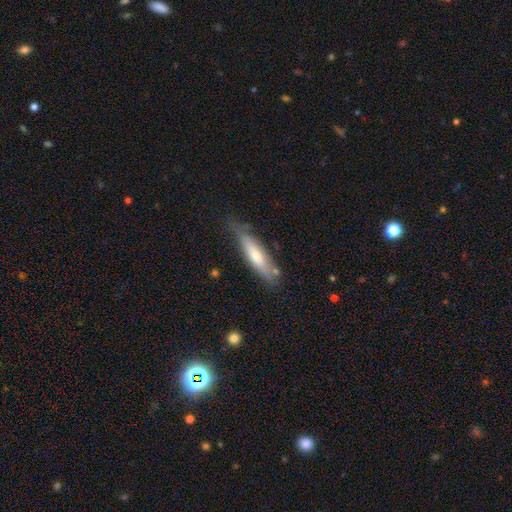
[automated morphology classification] Smooth or featured?
  - smooth: 55% *
  - featured or disk: 39%
  - star or artifact: 6%
How rounded?
  - cigar-shaped: 75% *
  - in between: 24%
  - round: 2%
Merging?
  - none: 68% *
  - minor disturbance: 23%
  - major disturbance: 5%
  - merger: 3%